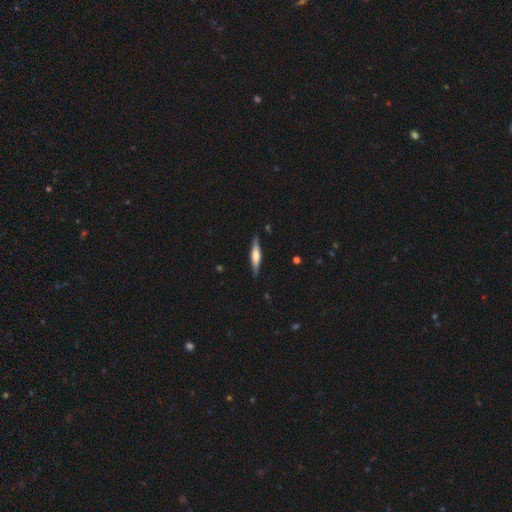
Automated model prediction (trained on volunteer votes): featured or disk 54%, smooth 40%, star or artifact 6%. Down the decision tree: edge-on disk — yes (96%); edge-on bulge — rounded (69%); merging — none (88%).